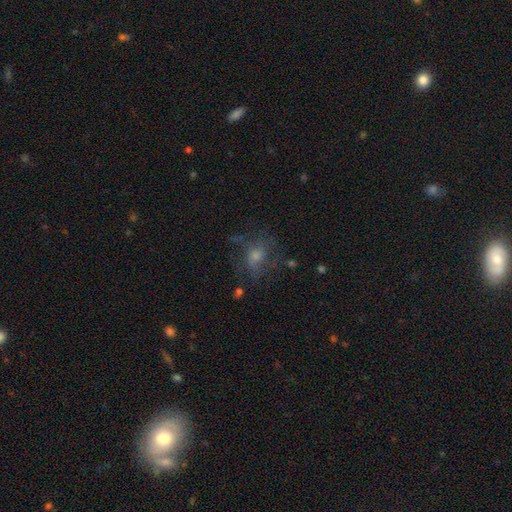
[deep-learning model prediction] smooth-or-featured: featured or disk: 43% | smooth: 35% | star or artifact: 22%
  merging: none: 60% | minor disturbance: 19% | major disturbance: 18% | merger: 2%